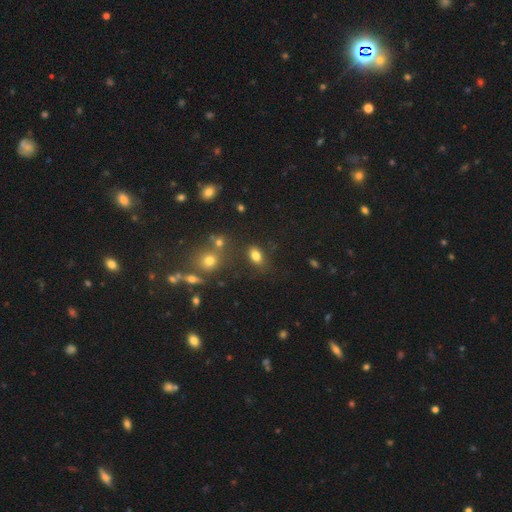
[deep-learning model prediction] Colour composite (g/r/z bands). It shows a smooth galaxy with no disk features (80%) that is in between round and cigar-shaped (82%). Merging: none (73%).